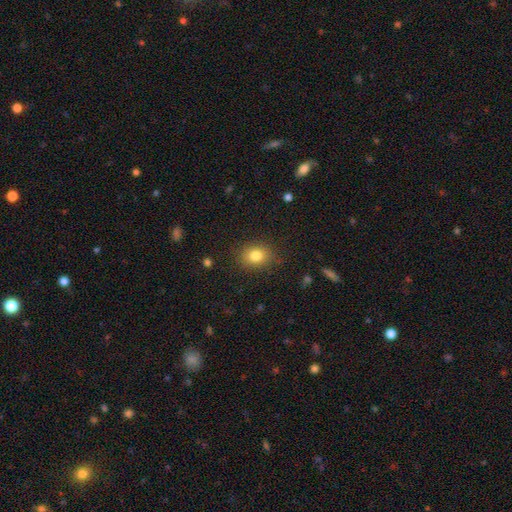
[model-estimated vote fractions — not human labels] A smooth galaxy with no disk features (82%) that is in between round and cigar-shaped (52%).

Vote fractions:
- Smooth or featured? smooth: 82% / star or artifact: 11% / featured or disk: 8%
- How rounded? in between: 52% / round: 47% / cigar-shaped: 1%
- Merging? none: 85% / minor disturbance: 10% / major disturbance: 3% / merger: 1%